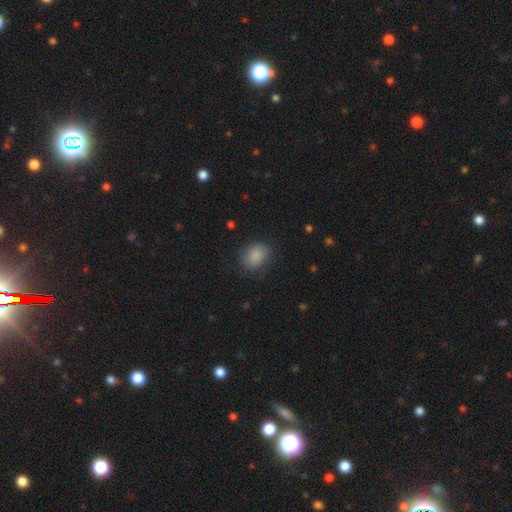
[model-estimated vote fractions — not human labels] This appears to be a smooth galaxy with no disk features (83%) that is in between round and cigar-shaped (56%). Merging: none (75%).